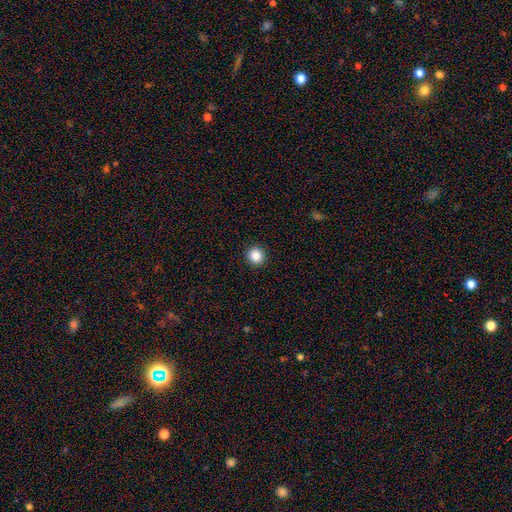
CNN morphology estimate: type=smooth (86%); roundness=round (94%); merging=none (93%).